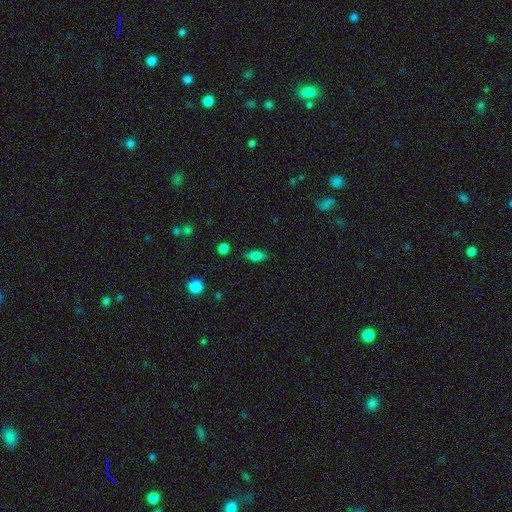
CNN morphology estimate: This is likely a smooth galaxy (79%). How rounded: clearly in between (80%). Merging: clearly none (82%).